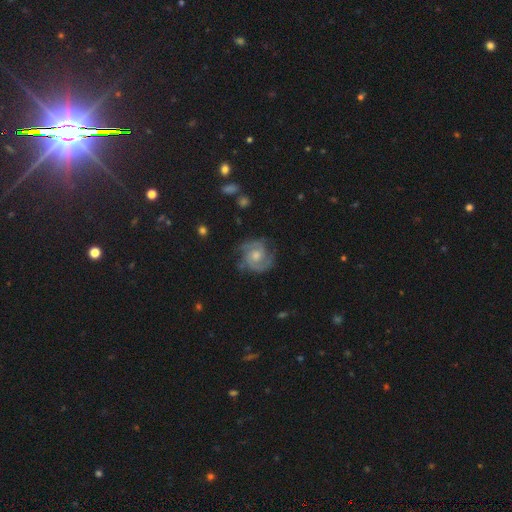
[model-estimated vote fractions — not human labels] A featured or disk galaxy (84%) with no bar (66%), 2 (75%) tight (46%) spiral arms (96%) and a moderate central bulge (60%). Merging: none (74%).